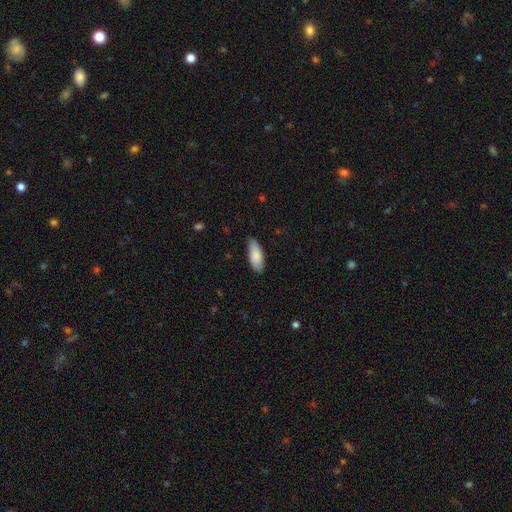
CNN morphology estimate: A smooth galaxy with no disk features (85%) that is in between round and cigar-shaped (81%).

Vote fractions:
- Smooth or featured? smooth: 85% / featured or disk: 9% / star or artifact: 6%
- How rounded? in between: 81% / cigar-shaped: 17% / round: 2%
- Merging? none: 80% / minor disturbance: 16% / major disturbance: 2% / merger: 1%